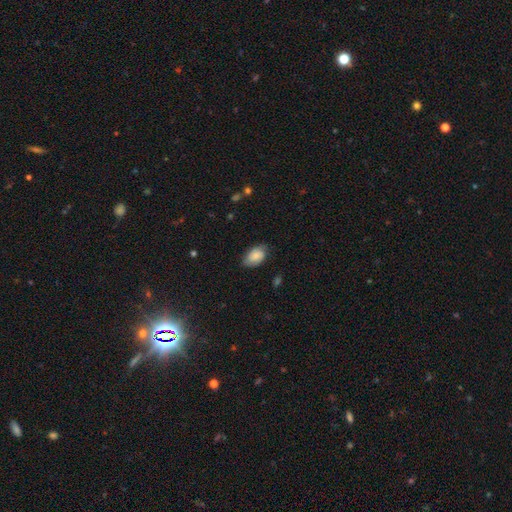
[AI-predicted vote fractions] Smooth or featured? Predicted: smooth (p=0.74). How rounded? Predicted: in between (p=0.90). Merging? Predicted: none (p=0.71).